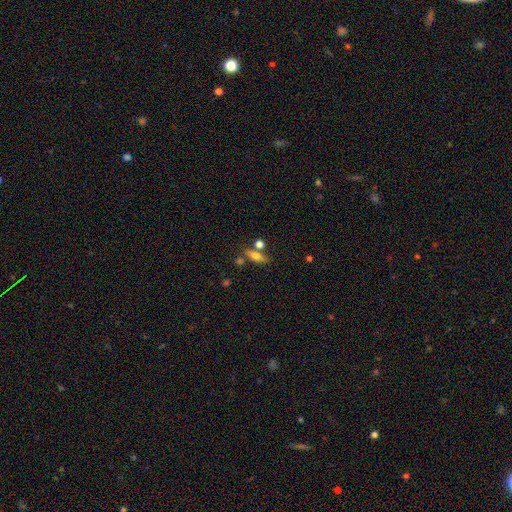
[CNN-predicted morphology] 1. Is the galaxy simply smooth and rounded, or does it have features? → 67% smooth, 23% featured or disk, 10% star or artifact.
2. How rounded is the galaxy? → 57% in between, 36% cigar-shaped, 7% round.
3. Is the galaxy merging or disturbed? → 63% none, 19% merger, 13% minor disturbance, 5% major disturbance.